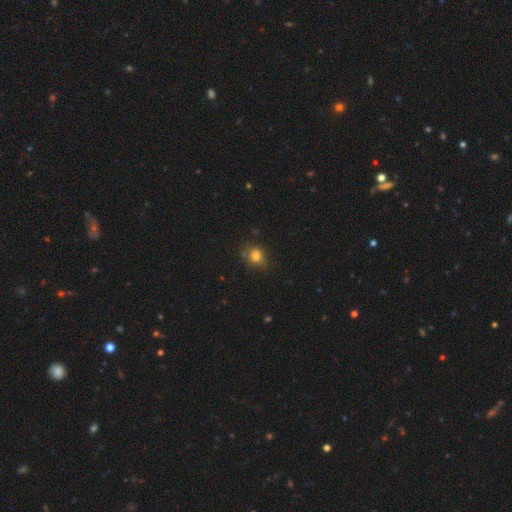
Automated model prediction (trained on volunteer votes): smooth-or-featured: smooth: 80% | star or artifact: 13% | featured or disk: 7%
  how-rounded: round: 70% | in between: 29% | cigar-shaped: 1%
  merging: none: 77% | minor disturbance: 16% | major disturbance: 4% | merger: 4%